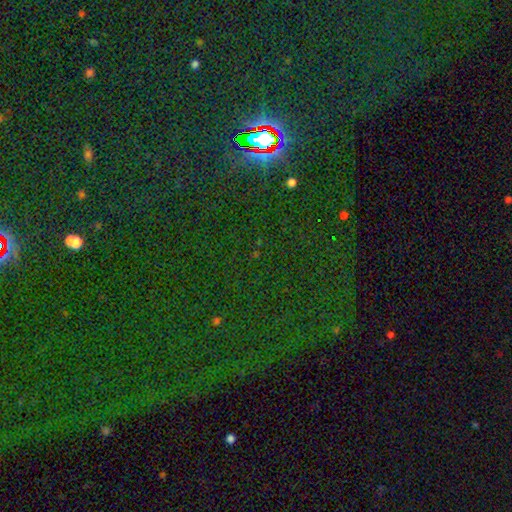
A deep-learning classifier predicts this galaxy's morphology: Smooth or featured? Predicted: star or artifact (p=0.80).